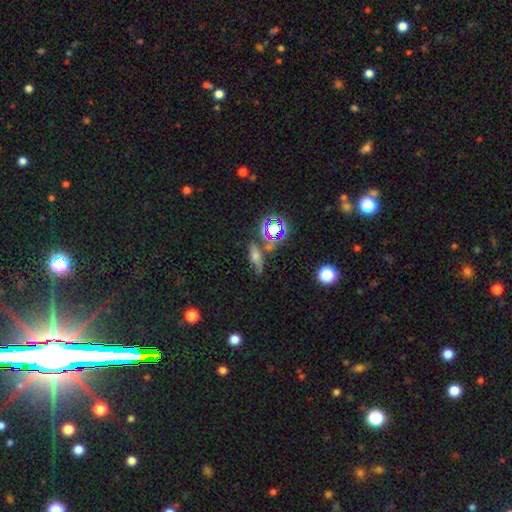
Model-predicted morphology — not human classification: Smooth or featured: smooth — 36% (star or artifact — 34%)
Merging: none — 59% (minor disturbance — 18%)